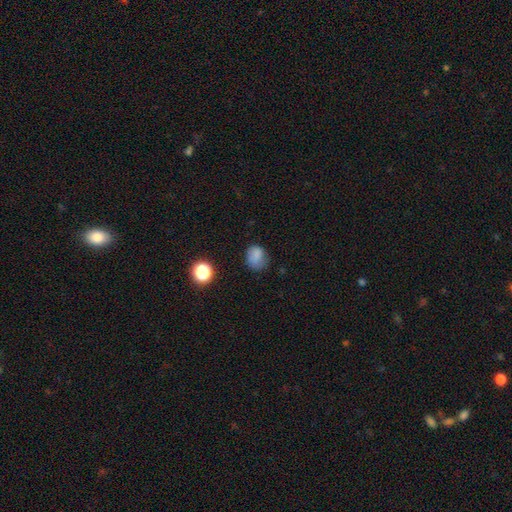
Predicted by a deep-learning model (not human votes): A smooth galaxy with no disk features (77%) that is round (54%). Merging: none (58%).